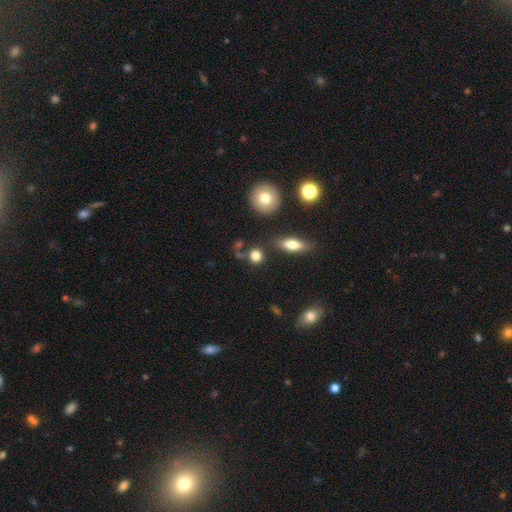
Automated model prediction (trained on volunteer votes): Q: Smooth or featured?
A: smooth (81%); runner-up: star or artifact (12%)
Q: How rounded?
A: round (82%); runner-up: in between (16%)
Q: Merging?
A: none (71%); runner-up: minor disturbance (13%)